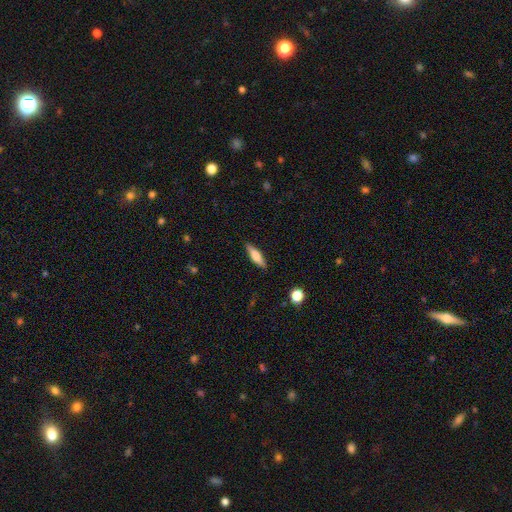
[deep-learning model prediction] Smooth or featured? Predicted: smooth (p=0.58). How rounded? Predicted: cigar-shaped (p=0.61). Merging? Predicted: none (p=0.88).